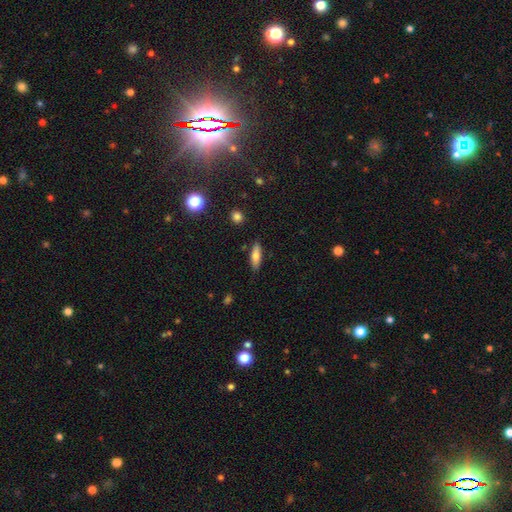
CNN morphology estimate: smooth-or-featured: smooth: 74% | featured or disk: 18% | star or artifact: 8%
  how-rounded: in between: 52% | cigar-shaped: 45% | round: 3%
  merging: none: 85% | minor disturbance: 11% | major disturbance: 2% | merger: 2%